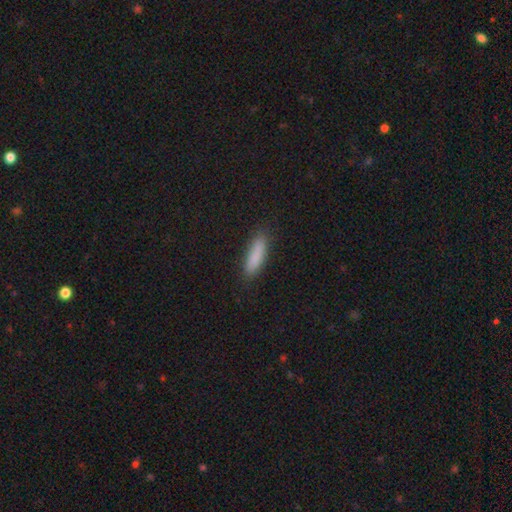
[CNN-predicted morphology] The model was most divided on "how rounded": cigar-shaped: 65%, in between: 33%, round: 2%. More confident: smooth or featured — smooth (87%); merging — none (85%).